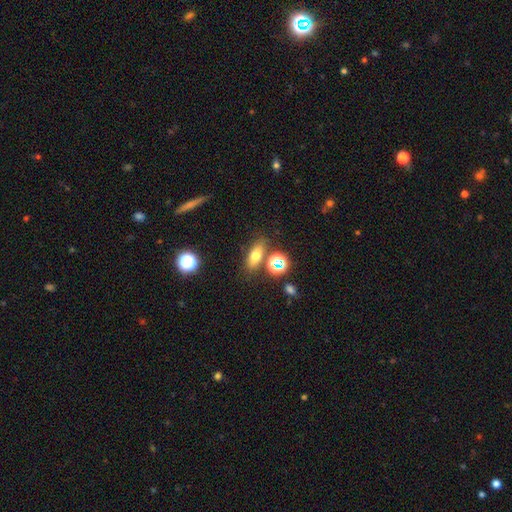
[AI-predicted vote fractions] This is likely a smooth galaxy (66%). How rounded: likely in between (66%). Merging: likely none (76%).